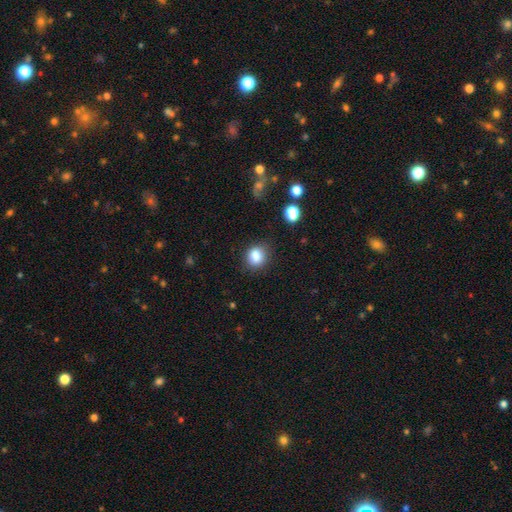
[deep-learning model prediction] Q: Smooth or featured?
A: smooth (85%); runner-up: star or artifact (10%)
Q: How rounded?
A: round (71%); runner-up: in between (28%)
Q: Merging?
A: none (78%); runner-up: minor disturbance (15%)